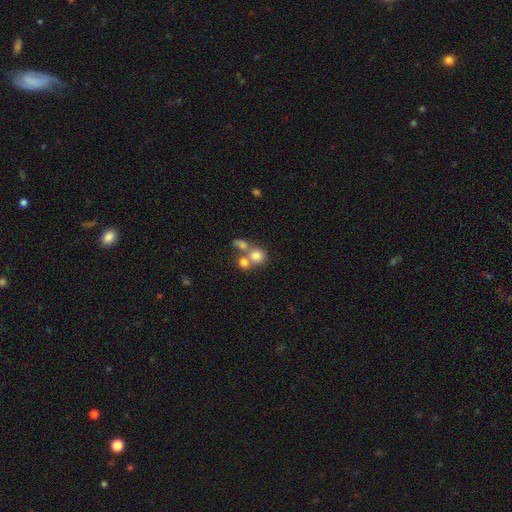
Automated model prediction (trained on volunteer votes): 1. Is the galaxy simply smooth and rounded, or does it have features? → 74% smooth, 14% featured or disk, 12% star or artifact.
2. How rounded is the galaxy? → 80% round, 19% in between, 1% cigar-shaped.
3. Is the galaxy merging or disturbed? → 49% merger, 38% none, 8% minor disturbance, 5% major disturbance.